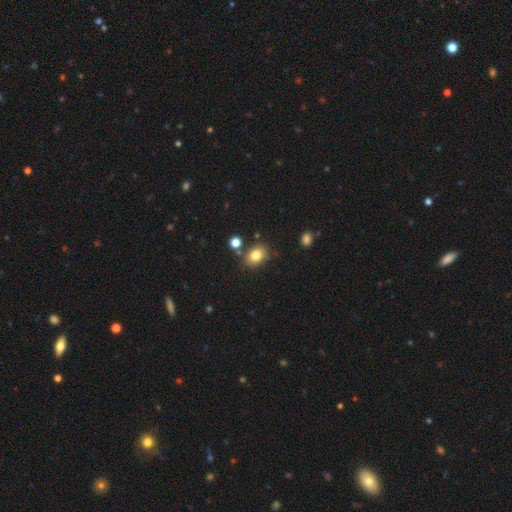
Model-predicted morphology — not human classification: This is clearly a smooth galaxy (81%). How rounded: likely in between (65%). Merging: likely none (78%).